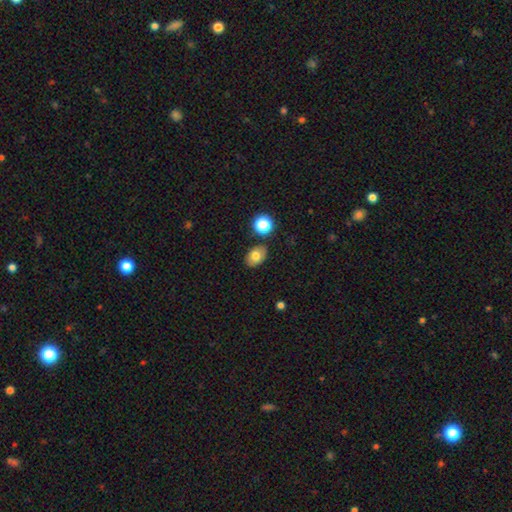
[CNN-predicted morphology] Smooth or featured: smooth — 75% (featured or disk — 14%)
How rounded: in between — 78% (round — 21%)
Merging: none — 84% (minor disturbance — 10%)